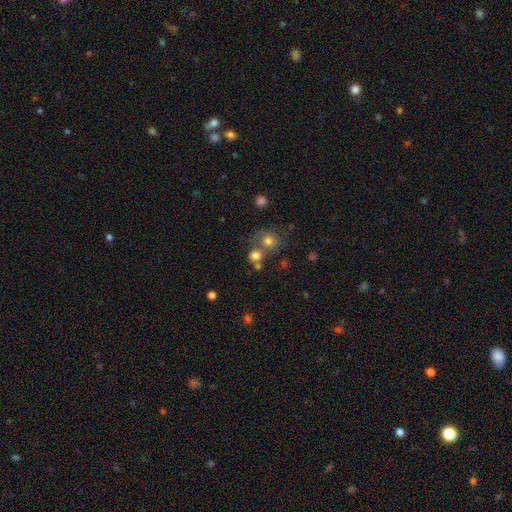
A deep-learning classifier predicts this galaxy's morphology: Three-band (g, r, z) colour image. It shows a smooth galaxy with no disk features (73%) that is round (80%). Merging: none (48%).